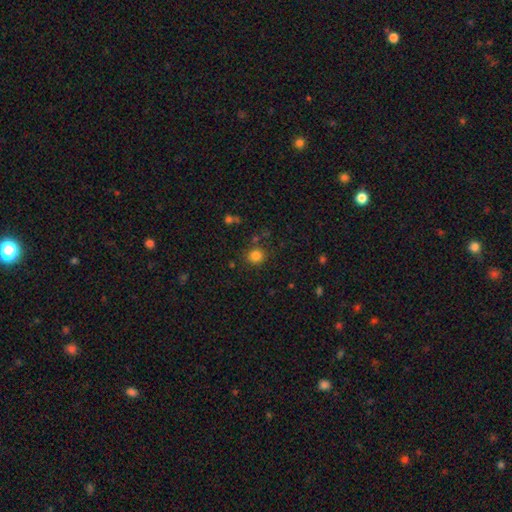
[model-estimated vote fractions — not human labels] Q: Smooth or featured?
A: smooth (83%); runner-up: star or artifact (13%)
Q: How rounded?
A: round (88%); runner-up: in between (11%)
Q: Merging?
A: none (84%); runner-up: minor disturbance (9%)